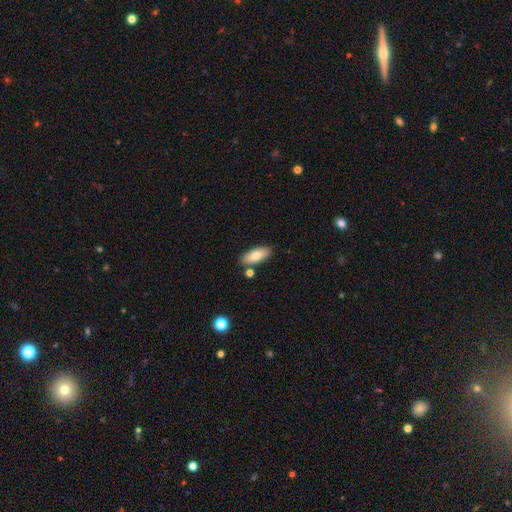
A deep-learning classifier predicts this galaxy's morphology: Smooth or featured? Predicted: smooth (p=0.77). How rounded? Predicted: in between (p=0.81). Merging? Predicted: none (p=0.81).